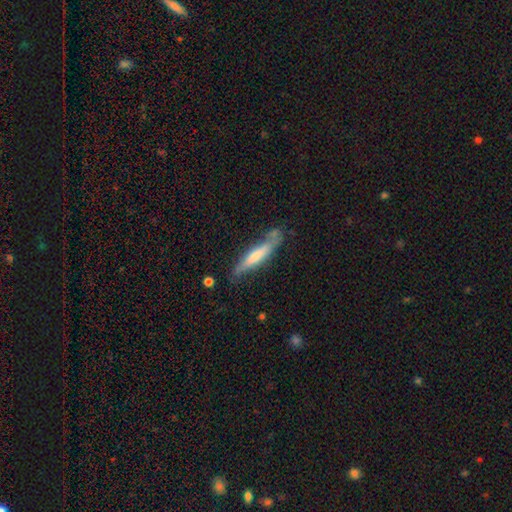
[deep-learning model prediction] A featured or disk galaxy (56%) viewed edge-on (81%).

Vote fractions:
- Smooth or featured? featured or disk: 56% / smooth: 35% / star or artifact: 8%
- Edge-on disk? yes: 81% / no: 19%
- Merging? none: 70% / minor disturbance: 21% / major disturbance: 6% / merger: 3%